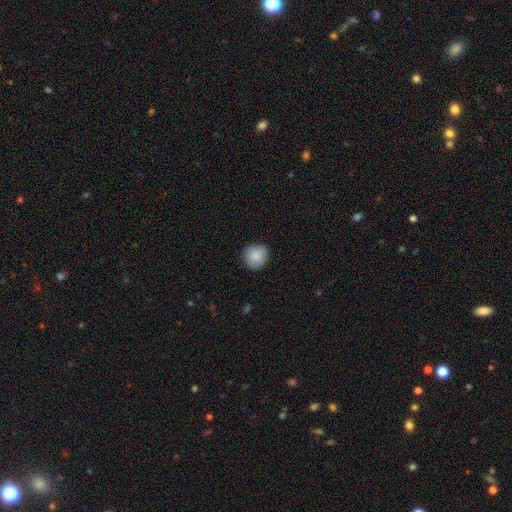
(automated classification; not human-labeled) Smooth or featured? Predicted: smooth (p=0.87). How rounded? Predicted: round (p=0.91). Merging? Predicted: none (p=0.87).